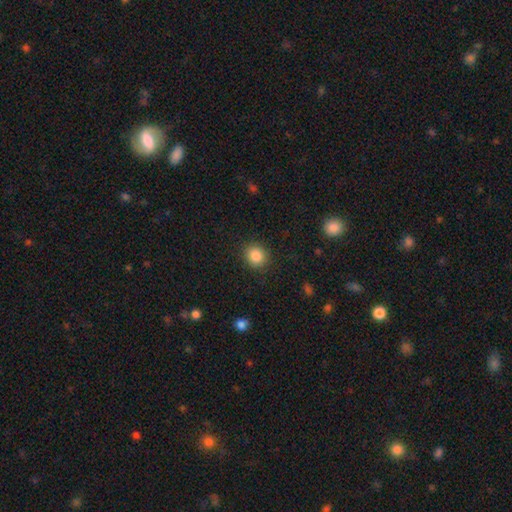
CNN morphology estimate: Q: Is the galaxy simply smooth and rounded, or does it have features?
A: smooth — 86%.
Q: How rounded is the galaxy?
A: round — 82%.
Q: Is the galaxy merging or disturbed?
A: none — 89%.